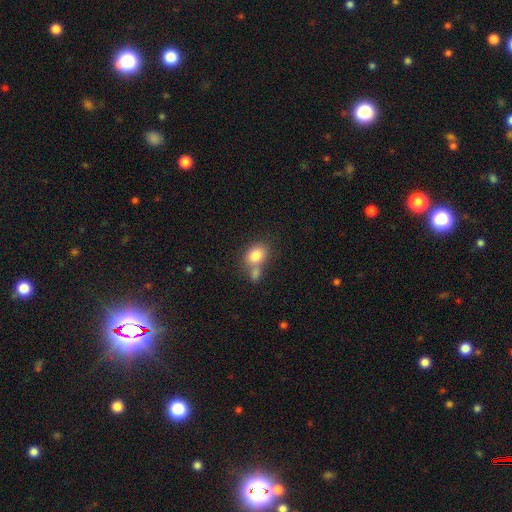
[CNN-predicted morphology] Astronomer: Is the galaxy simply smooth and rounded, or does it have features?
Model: smooth — 81%.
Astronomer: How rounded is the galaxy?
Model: in between — 57% (runner-up: round, 42%).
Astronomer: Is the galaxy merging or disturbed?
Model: merger — 42%, tied with none at 42%.